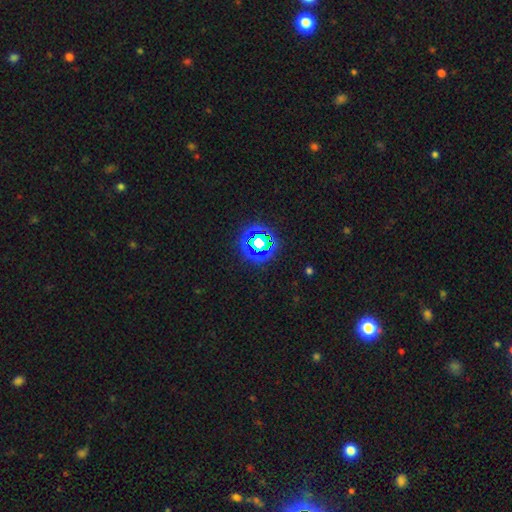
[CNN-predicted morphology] A star or artifact, not a galaxy (75%).